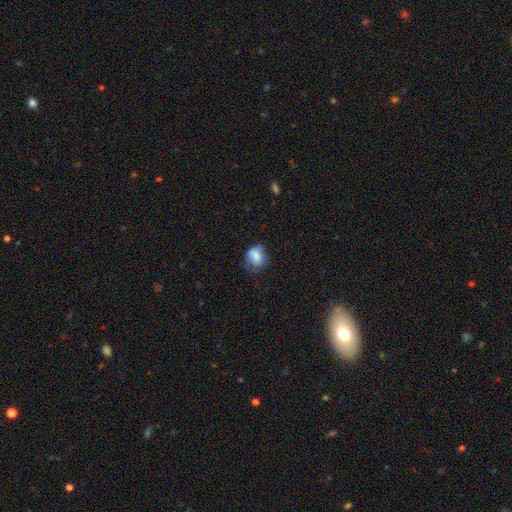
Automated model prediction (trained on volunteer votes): A smooth galaxy with no disk features (74%) that is in between round and cigar-shaped (52%). Merging: none (46%).